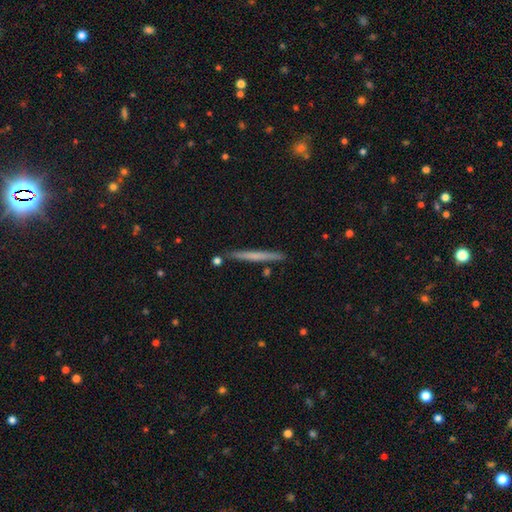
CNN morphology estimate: Overall: smooth (53%; featured or disk 41%). How rounded: cigar-shaped (97%). Merging: none (88%).